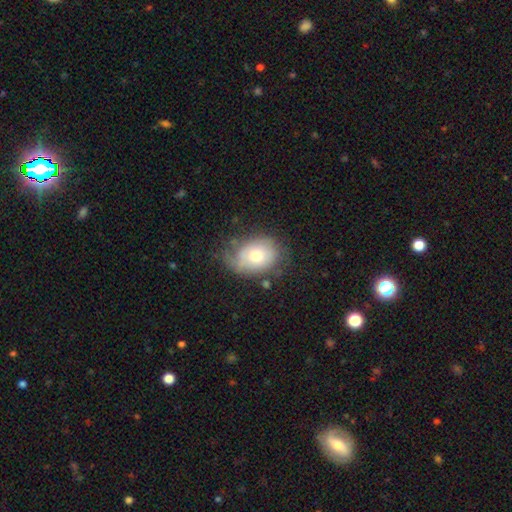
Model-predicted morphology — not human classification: A smooth galaxy with no disk features (62%) that is in between round and cigar-shaped (66%).

Vote fractions:
- Smooth or featured? smooth: 62% / featured or disk: 29% / star or artifact: 9%
- How rounded? in between: 66% / round: 33% / cigar-shaped: 1%
- Merging? none: 53% / minor disturbance: 31% / major disturbance: 13% / merger: 3%